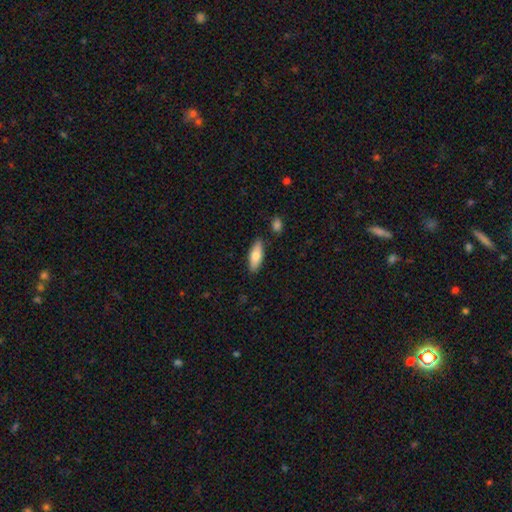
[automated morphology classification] smooth_or_featured: smooth (p=0.74) [alt: featured or disk p=0.20]
how_rounded: in between (p=0.66) [alt: cigar-shaped p=0.32]
merging: none (p=0.84) [alt: minor disturbance p=0.10]